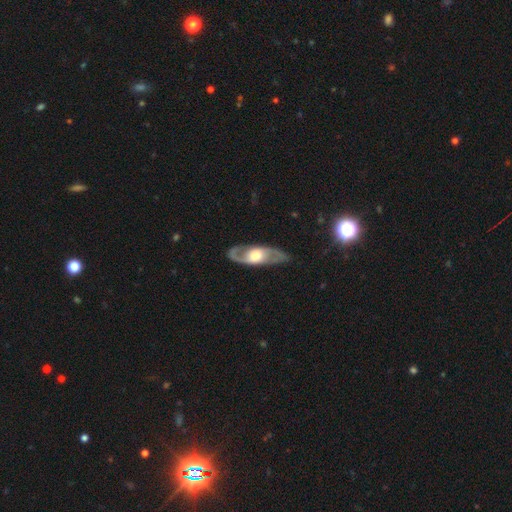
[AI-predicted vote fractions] featured or disk 79%, smooth 17%, star or artifact 4%. Down the decision tree: edge-on disk — no (84%); bar — no (67%); spiral arms — yes (83%); spiral arm count — 2 (87%); spiral winding — medium (49%); bulge size — moderate (56%); merging — none (81%).